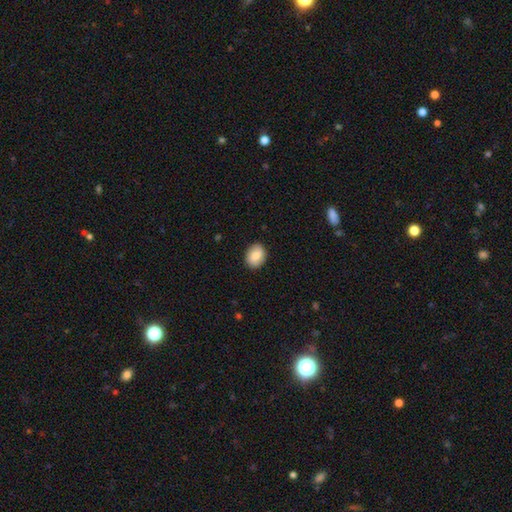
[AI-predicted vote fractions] A smooth galaxy with no disk features (79%) that is in between round and cigar-shaped (51%). Merging: none (88%).